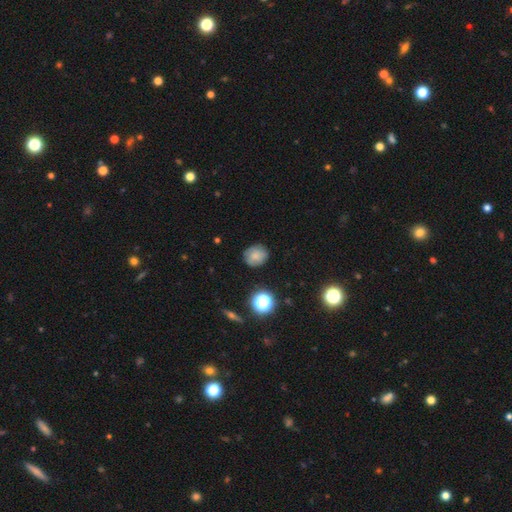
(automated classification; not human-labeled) smooth_or_featured: smooth (p=0.70) [alt: featured or disk p=0.17]
how_rounded: round (p=0.74) [alt: in between p=0.25]
merging: none (p=0.79) [alt: minor disturbance p=0.16]